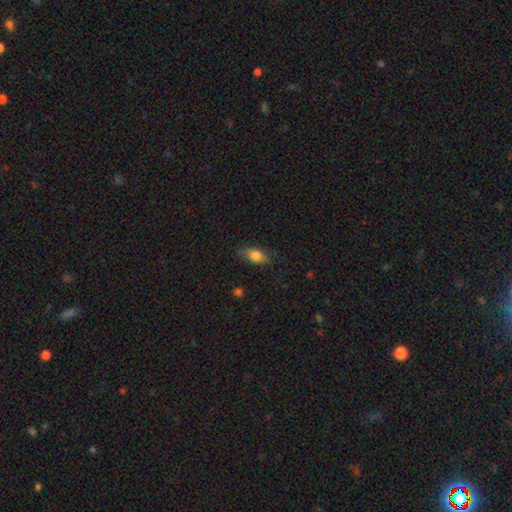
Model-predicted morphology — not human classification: A smooth galaxy with no disk features (77%) that is in between round and cigar-shaped (80%).

Vote fractions:
- Smooth or featured? smooth: 77% / featured or disk: 15% / star or artifact: 8%
- How rounded? in between: 80% / cigar-shaped: 13% / round: 7%
- Merging? none: 76% / minor disturbance: 19% / major disturbance: 4% / merger: 1%